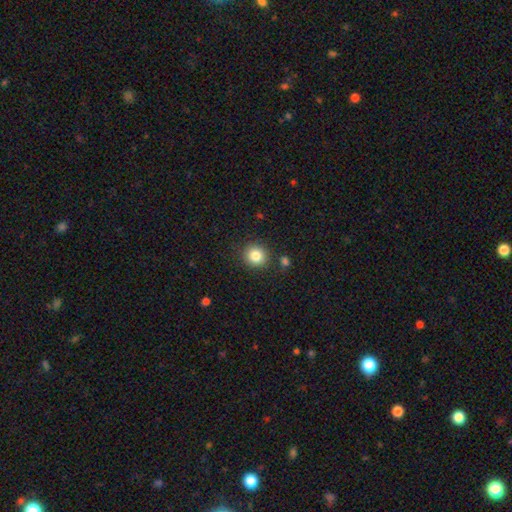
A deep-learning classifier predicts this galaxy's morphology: Smooth or featured: smooth — 83% (star or artifact — 10%)
How rounded: round — 89% (in between — 10%)
Merging: none — 87% (minor disturbance — 7%)